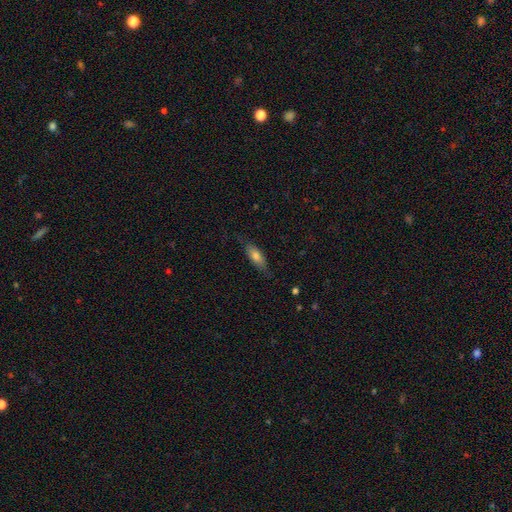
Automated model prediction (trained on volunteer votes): This appears to be a smooth galaxy with no disk features (70%) that is in between round and cigar-shaped (67%). Merging: none (74%).